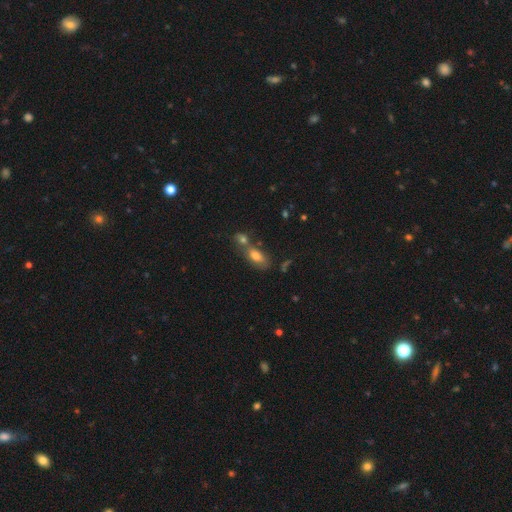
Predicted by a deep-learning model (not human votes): smooth-or-featured: smooth: 72% | featured or disk: 16% | star or artifact: 11%
  how-rounded: in between: 80% | cigar-shaped: 13% | round: 6%
  merging: merger: 42% | none: 40% | minor disturbance: 12% | major disturbance: 5%